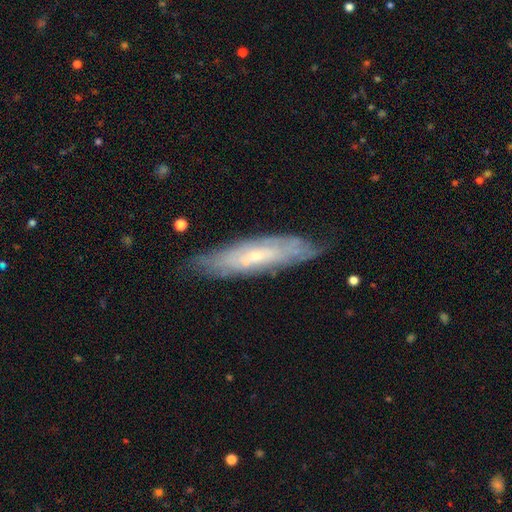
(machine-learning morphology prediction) Overall: featured or disk (66%; smooth 27%). Edge-on disk: no (57%; yes 43%). Merging: none (76%).